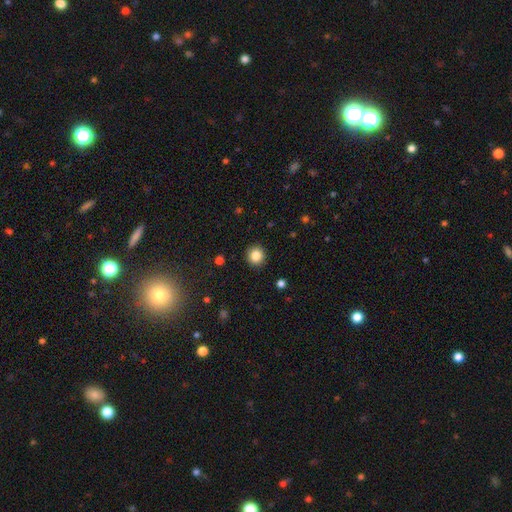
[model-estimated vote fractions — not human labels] Q: Smooth or featured?
A: smooth (84%); runner-up: star or artifact (11%)
Q: How rounded?
A: round (93%); runner-up: in between (6%)
Q: Merging?
A: none (92%); runner-up: minor disturbance (5%)